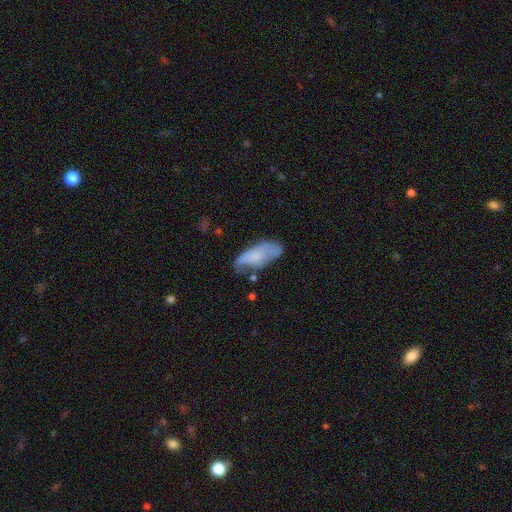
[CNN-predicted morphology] A smooth galaxy with no disk features (59%) that is in between round and cigar-shaped (81%). Merging: none (44%).